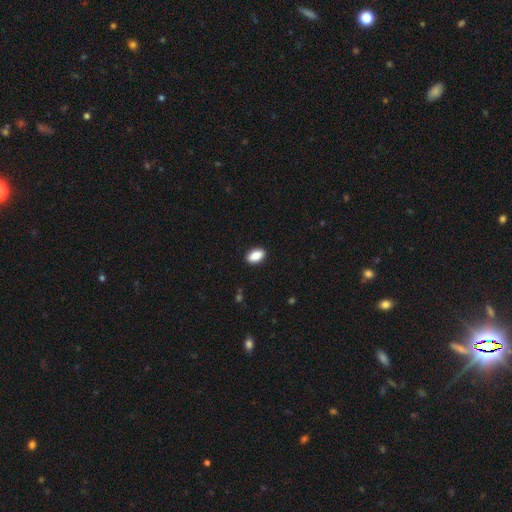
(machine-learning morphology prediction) A smooth galaxy with no disk features (86%) that is in between round and cigar-shaped (91%). Merging: none (90%).